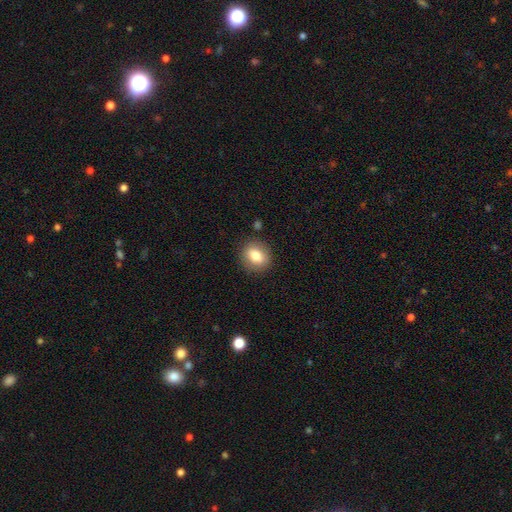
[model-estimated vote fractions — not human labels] Overall: smooth (78%). How rounded: round (60%; in between 39%). Merging: none (87%).